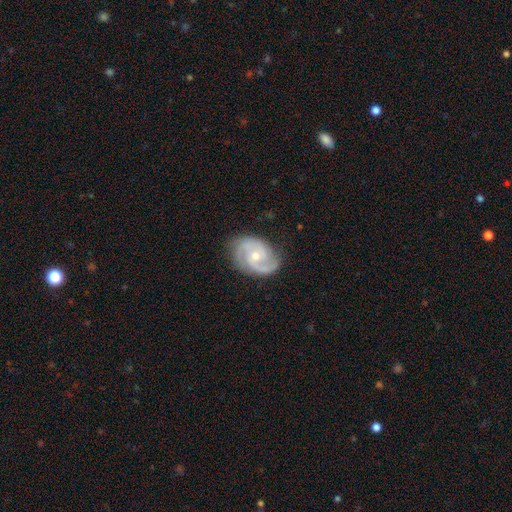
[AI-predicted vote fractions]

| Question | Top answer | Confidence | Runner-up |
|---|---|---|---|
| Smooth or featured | featured or disk | 87% | smooth (9%) |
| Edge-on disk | no | 98% | yes (2%) |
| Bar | no | 62% | weak (33%) |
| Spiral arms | yes | 97% | no (3%) |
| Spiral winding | medium | 46% | tight (43%) |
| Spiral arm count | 2 | 72% | 3 (13%) |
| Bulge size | moderate | 51% | small (46%) |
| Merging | none | 76% | minor disturbance (18%) |